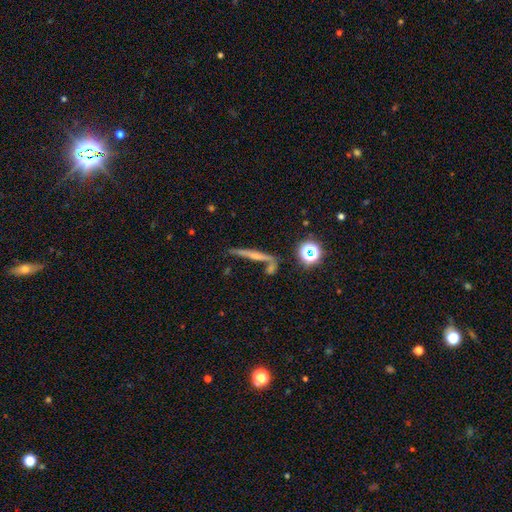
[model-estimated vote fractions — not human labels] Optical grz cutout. It shows a featured or disk galaxy (46%). Merging: none (59%).